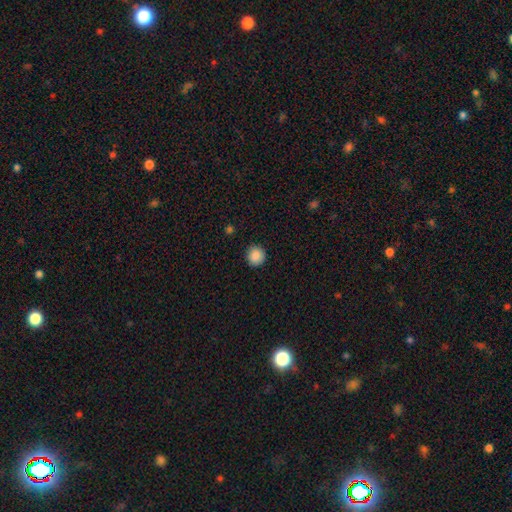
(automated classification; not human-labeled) The model was most divided on "smooth or featured": smooth: 88%, star or artifact: 9%, featured or disk: 3%. More confident: how rounded — round (93%); merging — none (92%).